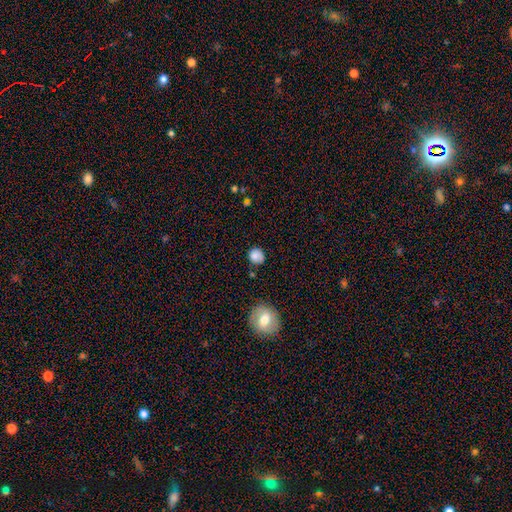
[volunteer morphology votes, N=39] smooth 72%, featured or disk 18%, star or artifact 10%. Down the decision tree: how rounded — round (96%); merging — none (51%).